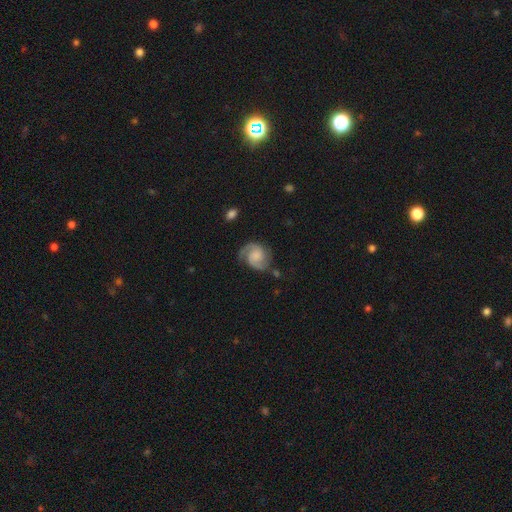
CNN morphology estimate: featured or disk 83%, smooth 11%, star or artifact 6%. Down the decision tree: edge-on disk — no (98%); bar — no (62%); spiral arms — yes (97%); spiral arm count — 2 (88%); spiral winding — medium (50%); bulge size — none (39%); merging — none (71%).